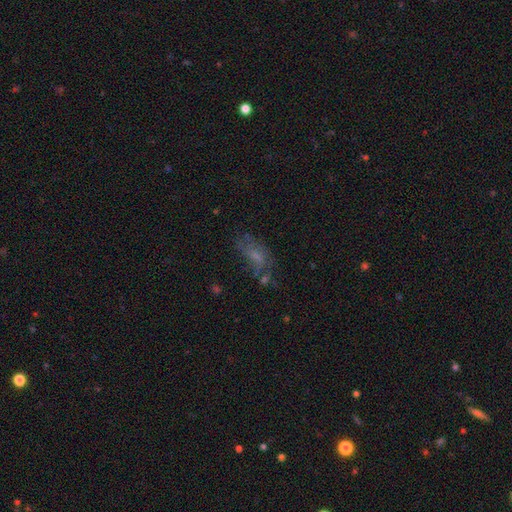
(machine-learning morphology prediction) Overall: smooth (43%; featured or disk 38%). Merging: none (45%; major disturbance 23%).